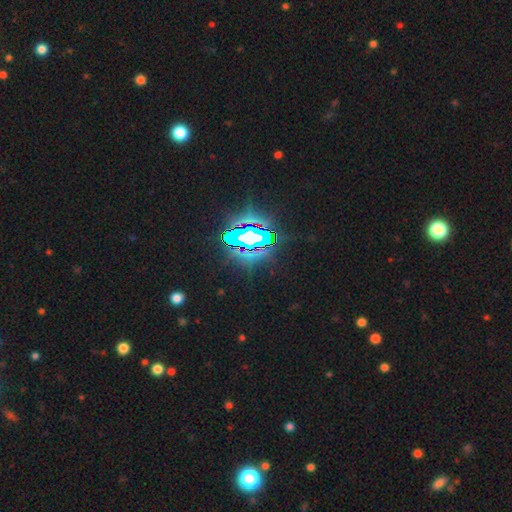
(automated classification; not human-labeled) smooth-or-featured: star or artifact: 85% | smooth: 8% | featured or disk: 6%